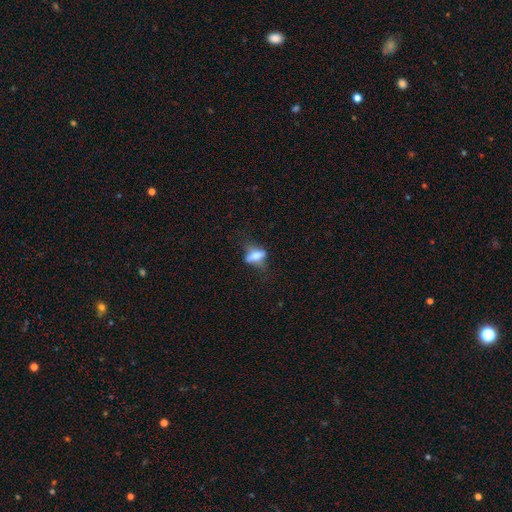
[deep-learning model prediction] Q: Smooth or featured?
A: smooth (52%); runner-up: featured or disk (37%)
Q: How rounded?
A: in between (68%); runner-up: cigar-shaped (22%)
Q: Merging?
A: none (51%); runner-up: minor disturbance (25%)